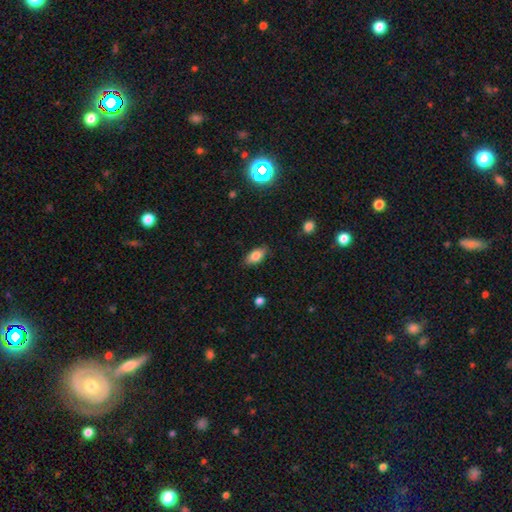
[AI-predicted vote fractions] Smooth or featured?
  - smooth: 80% *
  - featured or disk: 12%
  - star or artifact: 8%
How rounded?
  - in between: 88% *
  - cigar-shaped: 8%
  - round: 4%
Merging?
  - none: 85% *
  - minor disturbance: 12%
  - major disturbance: 2%
  - merger: 1%